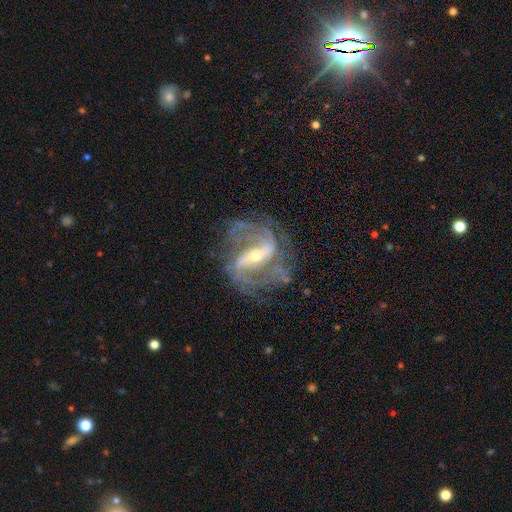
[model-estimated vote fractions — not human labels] Smooth or featured? featured or disk (92%)
Edge-on disk? no (97%)
Bar? strong (62%)
Spiral arms? yes (98%)
Spiral winding? medium (50%)
Spiral arm count? 2 (69%)
Bulge size? small (55%)
Merging? none (68%)